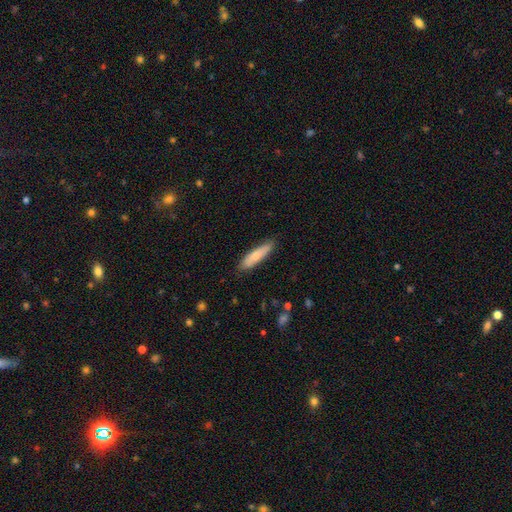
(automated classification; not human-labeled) A smooth galaxy with no disk features (69%) that is cigar-shaped (71%).

Vote fractions:
- Smooth or featured? smooth: 69% / featured or disk: 25% / star or artifact: 6%
- How rounded? cigar-shaped: 71% / in between: 27% / round: 2%
- Merging? none: 83% / minor disturbance: 14% / major disturbance: 2% / merger: 1%